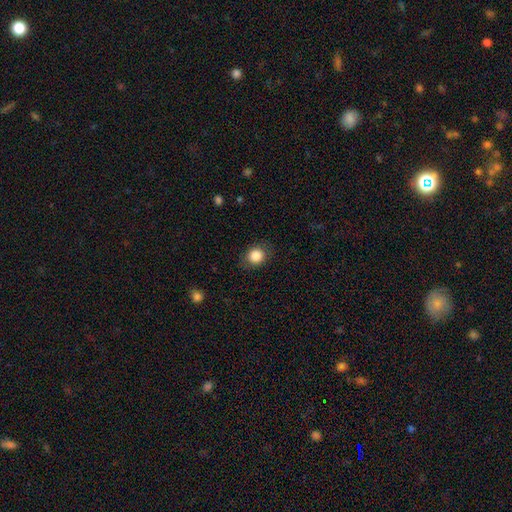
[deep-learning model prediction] A smooth galaxy with no disk features (86%) that is round (72%). Merging: none (83%).